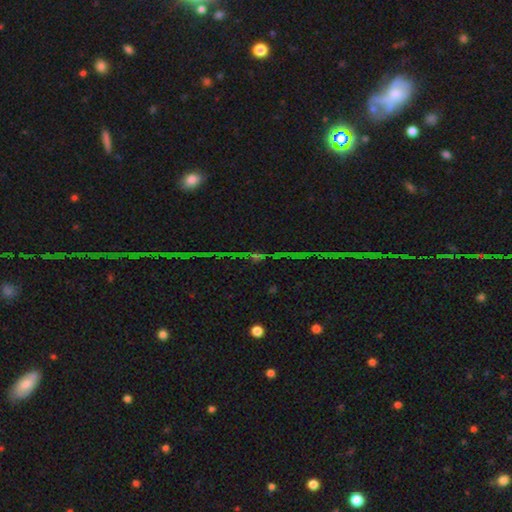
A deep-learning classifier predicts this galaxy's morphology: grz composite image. It shows a star or artifact, not a galaxy (69%).